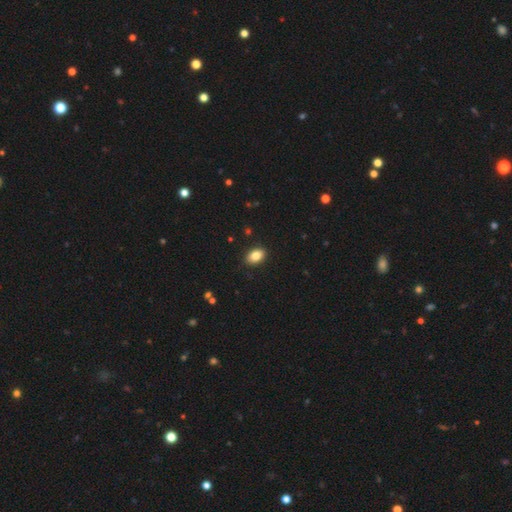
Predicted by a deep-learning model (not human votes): Smooth or featured: smooth — 85% (star or artifact — 8%)
How rounded: in between — 87% (round — 11%)
Merging: none — 89% (minor disturbance — 8%)